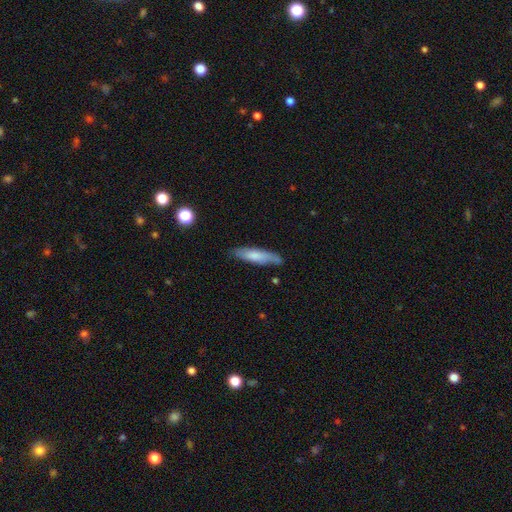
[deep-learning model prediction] Smooth or featured? Predicted: smooth (p=0.71). How rounded? Predicted: cigar-shaped (p=0.74). Merging? Predicted: none (p=0.77).